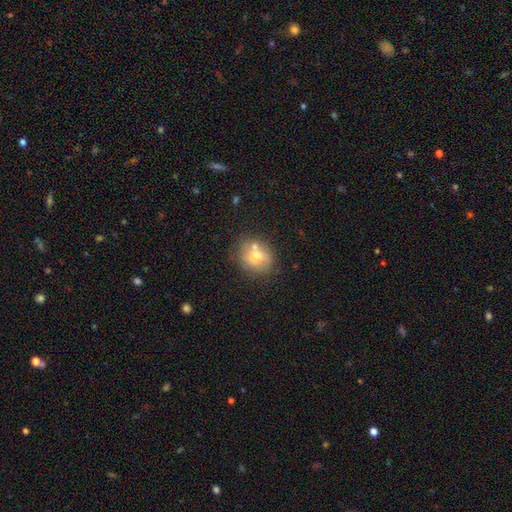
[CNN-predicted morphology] Smooth or featured? smooth (66%)
How rounded? round (76%)
Merging? none (62%)